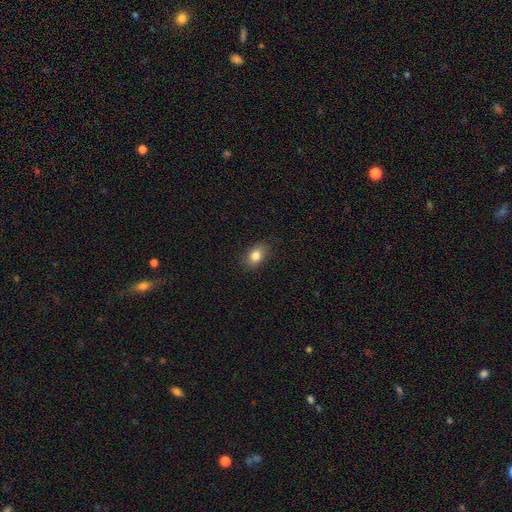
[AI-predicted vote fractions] smooth_or_featured: smooth (p=0.82) [alt: star or artifact p=0.09]
how_rounded: in between (p=0.78) [alt: round p=0.20]
merging: none (p=0.84) [alt: minor disturbance p=0.12]